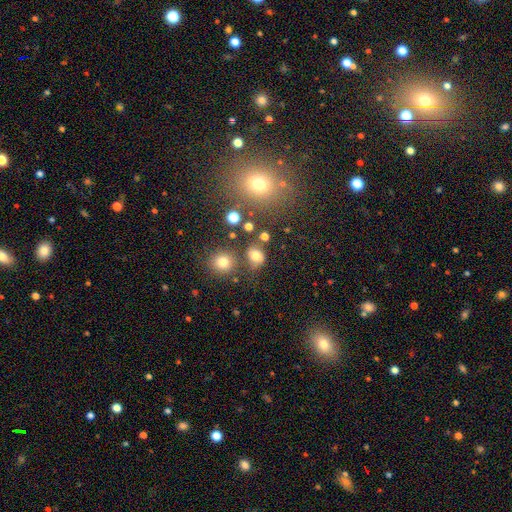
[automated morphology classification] This is likely a smooth galaxy (72%). How rounded: possibly round (54%). Merging: likely none (64%).